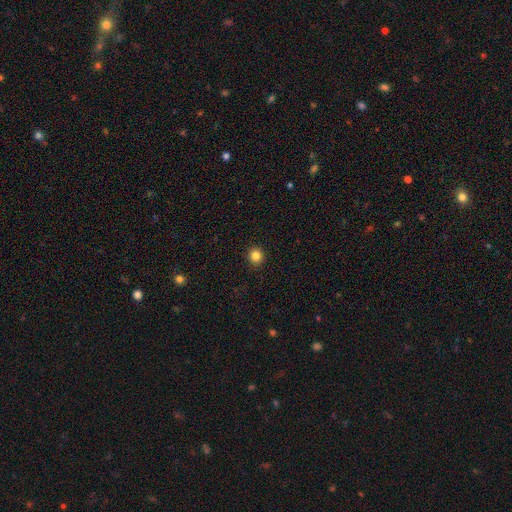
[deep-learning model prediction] Smooth or featured: smooth — 84% (star or artifact — 12%)
How rounded: round — 93% (in between — 6%)
Merging: none — 93% (minor disturbance — 5%)